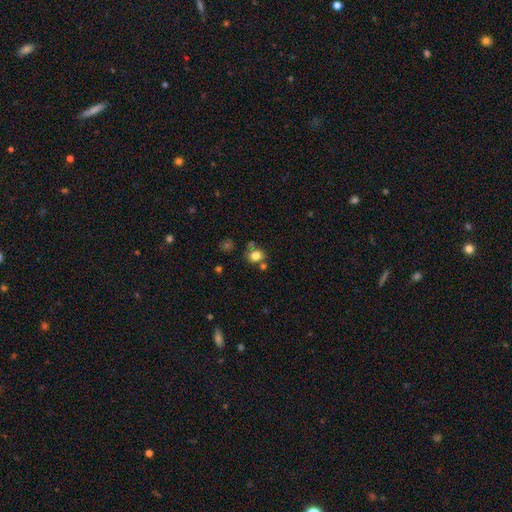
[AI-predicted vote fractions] Smooth or featured?
  - smooth: 79% *
  - star or artifact: 12%
  - featured or disk: 9%
How rounded?
  - round: 67% *
  - in between: 32%
  - cigar-shaped: 1%
Merging?
  - none: 66% *
  - merger: 16%
  - minor disturbance: 14%
  - major disturbance: 5%